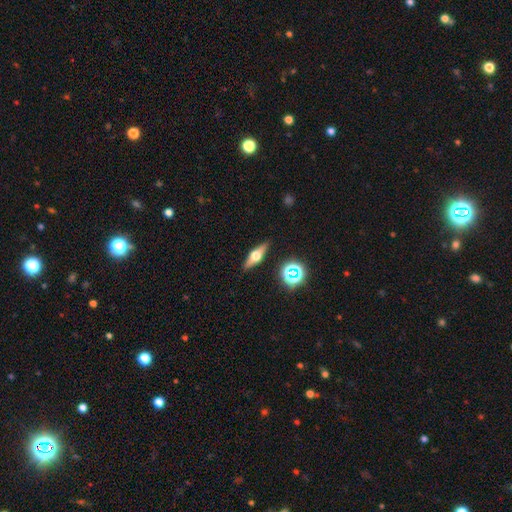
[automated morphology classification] Smooth or featured? featured or disk (63%)
Edge-on disk? yes (94%)
Edge-on bulge? rounded (95%)
Merging? none (88%)